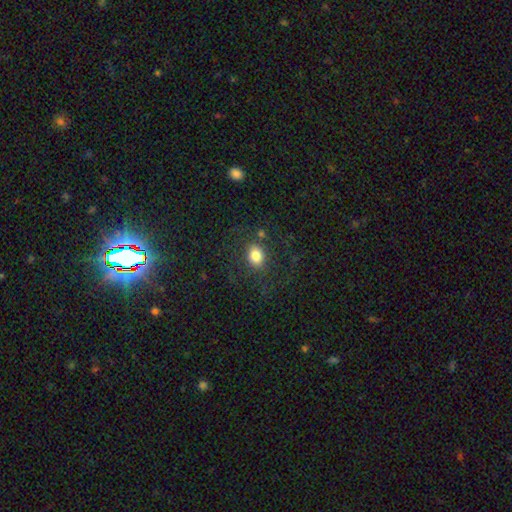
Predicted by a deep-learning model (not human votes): Overall: smooth (78%). How rounded: in between (50%; round 48%). Merging: none (77%).